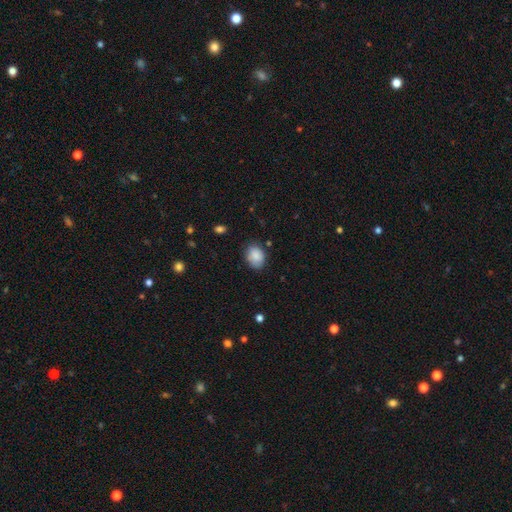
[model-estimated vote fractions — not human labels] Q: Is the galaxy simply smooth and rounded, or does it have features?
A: smooth — 86%.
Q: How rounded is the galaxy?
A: in between — 64%.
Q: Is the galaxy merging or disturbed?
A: none — 77%.